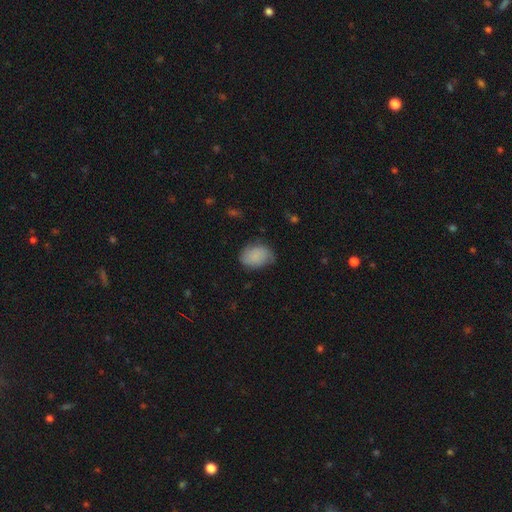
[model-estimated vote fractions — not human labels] A smooth galaxy with no disk features (81%) that is in between round and cigar-shaped (69%). Merging: none (67%).